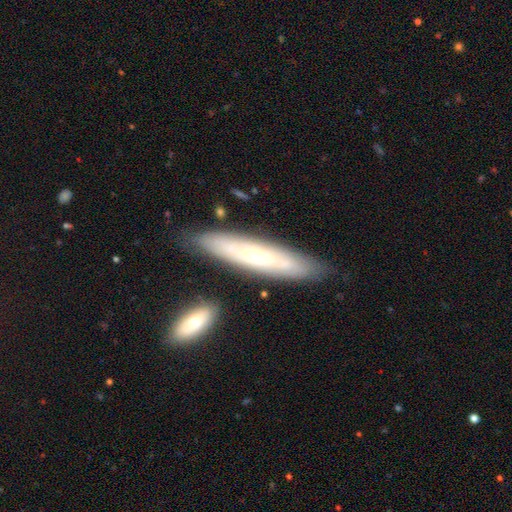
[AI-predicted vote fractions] This appears to be a featured or disk galaxy (50%). Merging: none (82%).